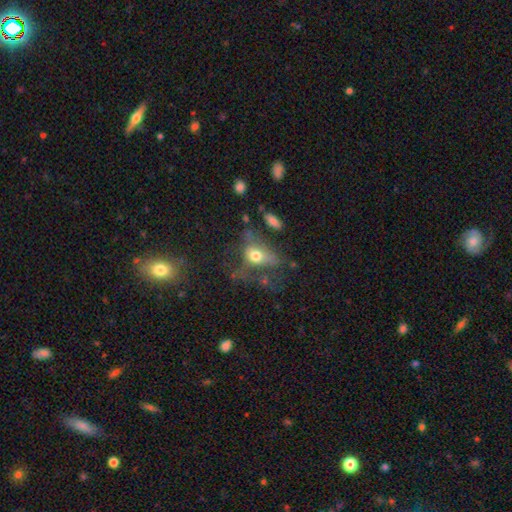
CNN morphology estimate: smooth 56%, featured or disk 30%, star or artifact 14%. Down the decision tree: how rounded — in between (69%); merging — major disturbance (43%).